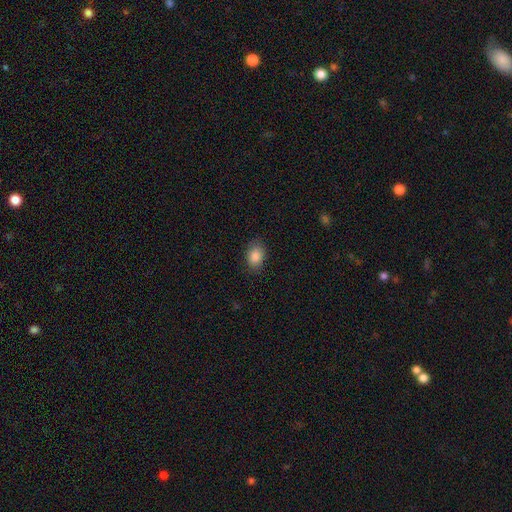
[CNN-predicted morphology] A smooth galaxy with no disk features (86%) that is in between round and cigar-shaped (80%).

Vote fractions:
- Smooth or featured? smooth: 86% / star or artifact: 8% / featured or disk: 6%
- How rounded? in between: 80% / round: 18% / cigar-shaped: 1%
- Merging? none: 80% / minor disturbance: 15% / major disturbance: 4% / merger: 1%